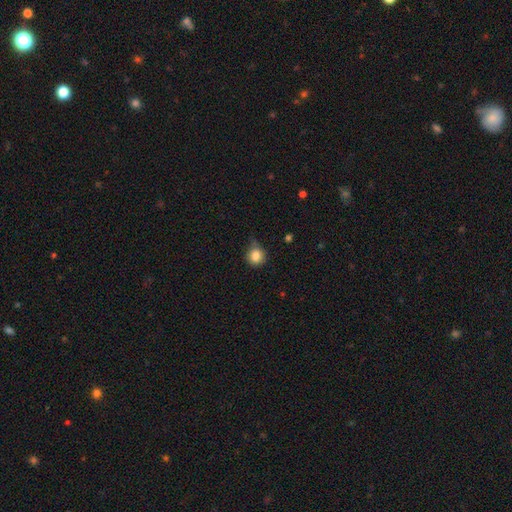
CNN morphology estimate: smooth_or_featured: smooth (p=0.83) [alt: star or artifact p=0.10]
how_rounded: round (p=0.86) [alt: in between p=0.13]
merging: none (p=0.58) [alt: minor disturbance p=0.32]